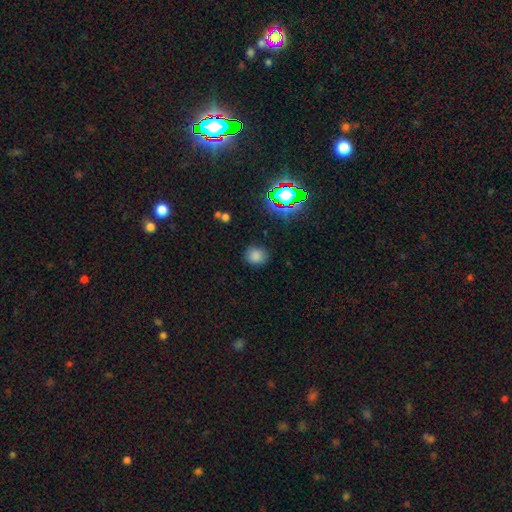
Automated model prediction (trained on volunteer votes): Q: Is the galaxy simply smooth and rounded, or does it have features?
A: smooth — 77%.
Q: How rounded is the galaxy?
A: round — 80%.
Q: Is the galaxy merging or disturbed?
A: none — 84%.